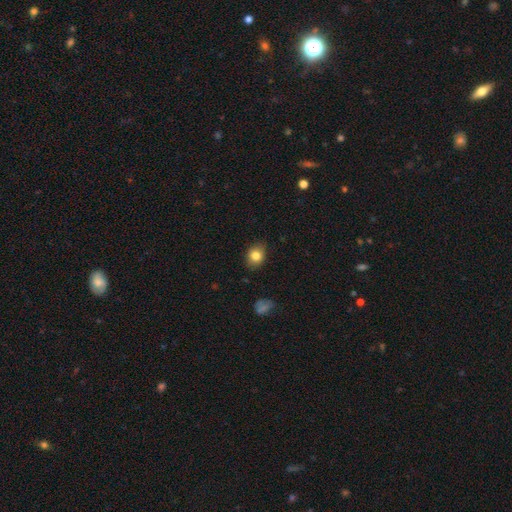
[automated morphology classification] Smooth or featured? Predicted: smooth (p=0.82). How rounded? Predicted: in between (p=0.52). Merging? Predicted: none (p=0.84).